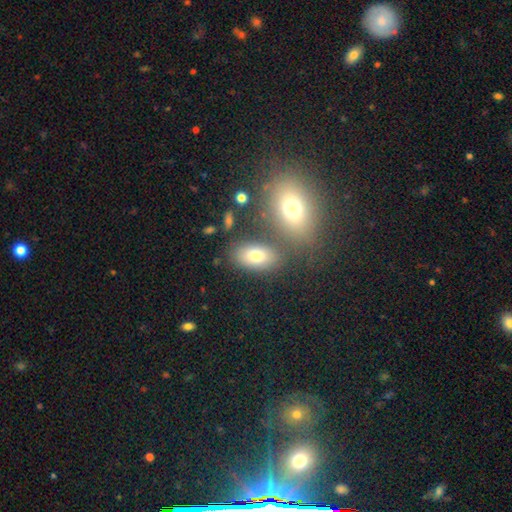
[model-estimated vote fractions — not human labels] smooth 77%, featured or disk 13%, star or artifact 11%. Down the decision tree: how rounded — in between (88%); merging — none (71%).